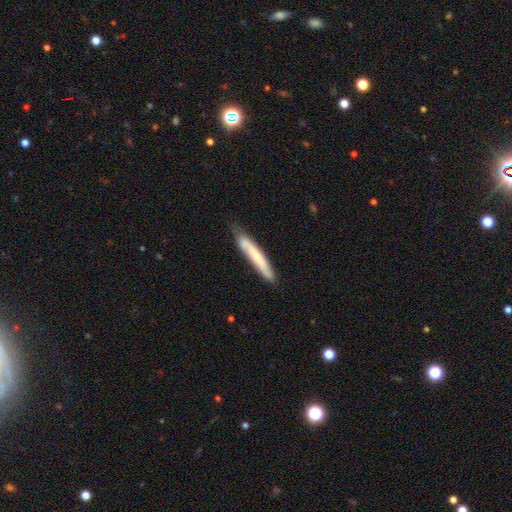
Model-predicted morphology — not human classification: Smooth or featured: smooth — 61% (featured or disk — 33%)
How rounded: cigar-shaped — 94% (in between — 4%)
Merging: none — 68% (minor disturbance — 25%)